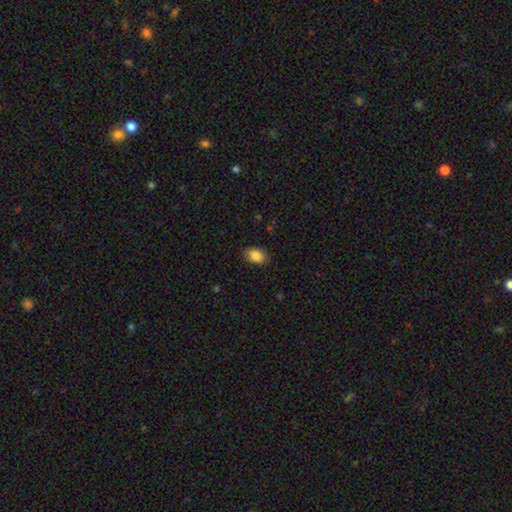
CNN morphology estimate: Smooth or featured? Predicted: smooth (p=0.88). How rounded? Predicted: in between (p=0.84). Merging? Predicted: none (p=0.85).